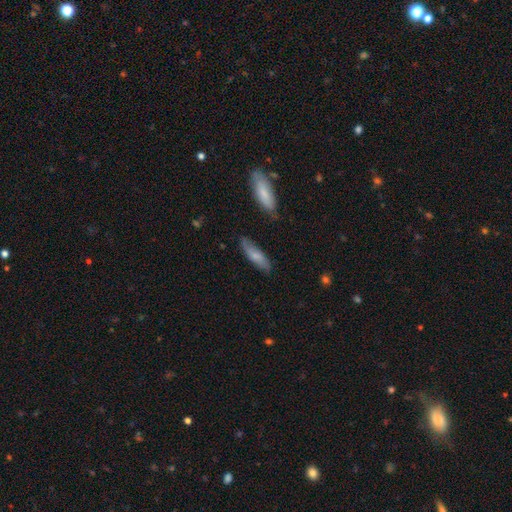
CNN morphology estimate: Overall: smooth (68%). How rounded: cigar-shaped (55%; in between 43%). Merging: none (75%).